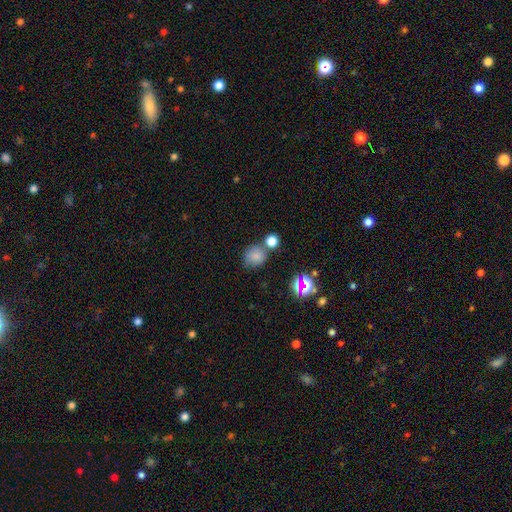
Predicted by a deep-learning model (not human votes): Smooth or featured: smooth — 74% (star or artifact — 17%)
How rounded: round — 79% (in between — 20%)
Merging: none — 60% (merger — 19%)